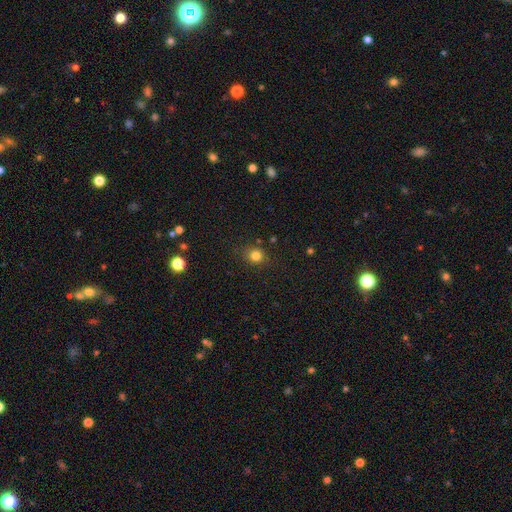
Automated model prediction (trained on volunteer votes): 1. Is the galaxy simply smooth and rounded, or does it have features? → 81% smooth, 14% star or artifact, 6% featured or disk.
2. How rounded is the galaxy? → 78% round, 21% in between, 1% cigar-shaped.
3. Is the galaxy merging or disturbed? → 82% none, 12% minor disturbance, 3% major disturbance, 2% merger.